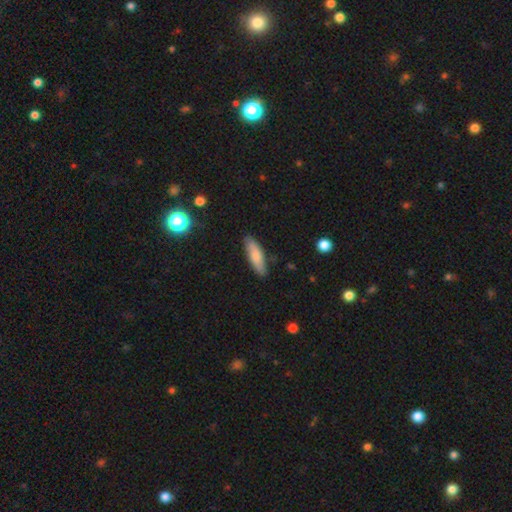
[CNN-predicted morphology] smooth 78%, featured or disk 16%, star or artifact 6%. Down the decision tree: how rounded — cigar-shaped (59%); merging — none (85%).